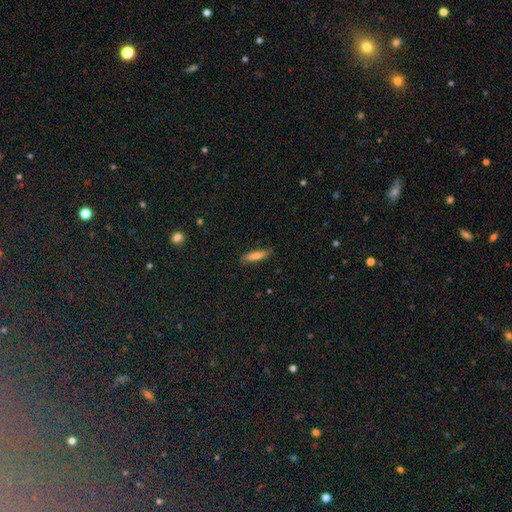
smooth-or-featured: smooth: 75% | featured or disk: 22% | star or artifact: 2%
  how-rounded: cigar-shaped: 70% | in between: 27% | round: 3%
  merging: none: 97% | minor disturbance: 3% | major disturbance: 0% | merger: 0%